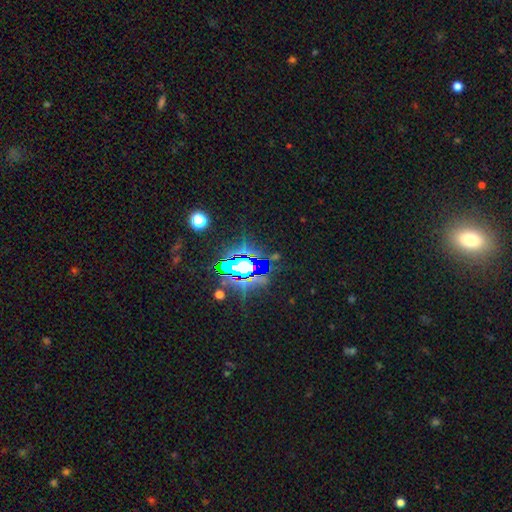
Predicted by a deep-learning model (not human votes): star or artifact 74%, smooth 15%, featured or disk 11%.